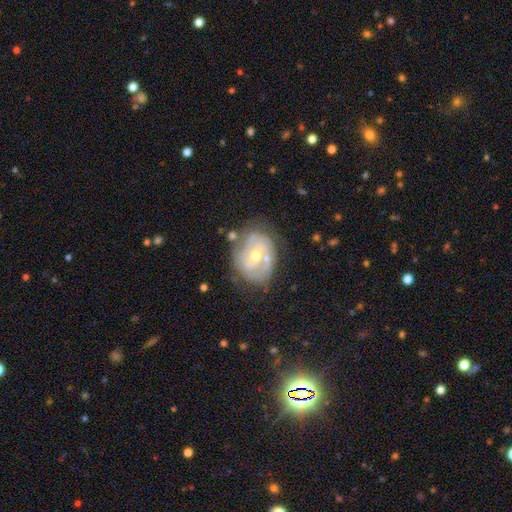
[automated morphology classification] Smooth or featured? featured or disk (82%)
Edge-on disk? no (97%)
Bar? no (62%)
Spiral arms? yes (88%)
Spiral winding? tight (66%)
Spiral arm count? 2 (43%)
Bulge size? moderate (62%)
Merging? none (69%)